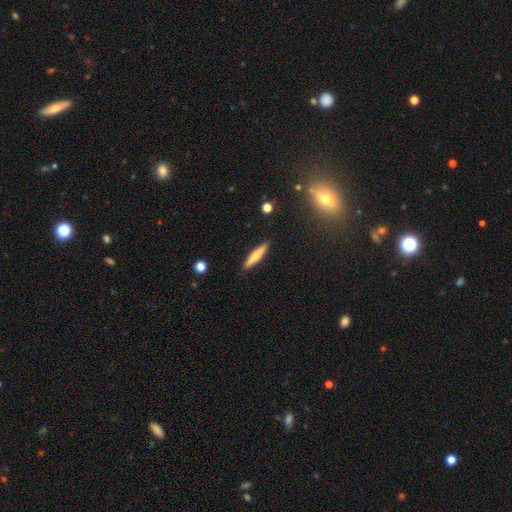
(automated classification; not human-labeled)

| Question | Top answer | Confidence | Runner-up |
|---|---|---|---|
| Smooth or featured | smooth | 47% | featured or disk (46%) |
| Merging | none | 89% | minor disturbance (8%) |